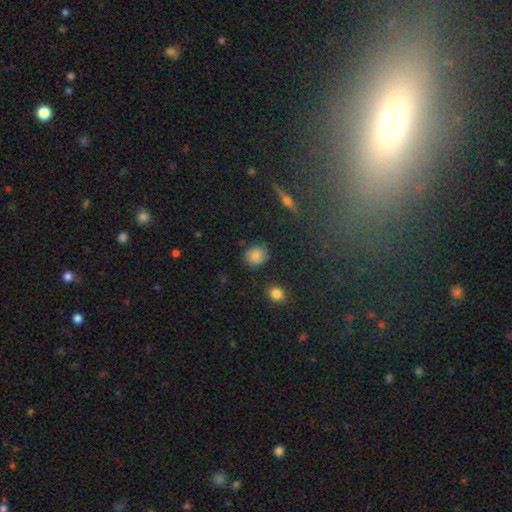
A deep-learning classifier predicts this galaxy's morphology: smooth 79%, star or artifact 12%, featured or disk 9%. Down the decision tree: how rounded — round (85%); merging — none (80%).